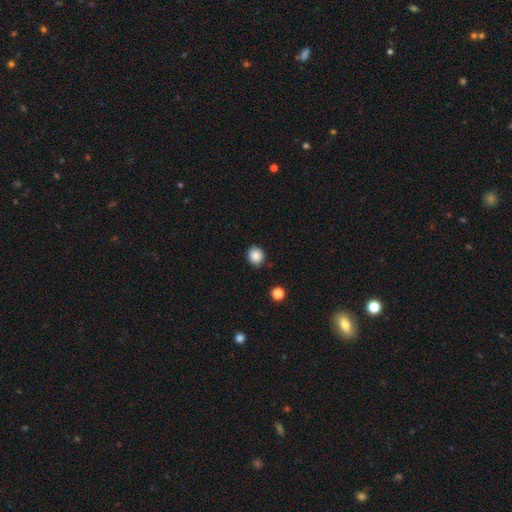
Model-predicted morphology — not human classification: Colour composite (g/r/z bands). It shows a smooth galaxy with no disk features (87%) that is round (77%). Merging: none (86%).